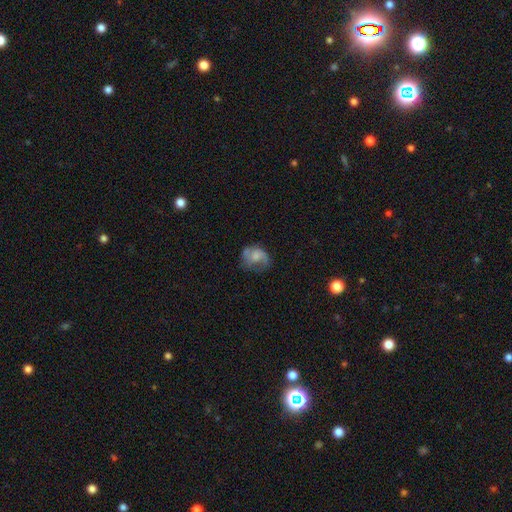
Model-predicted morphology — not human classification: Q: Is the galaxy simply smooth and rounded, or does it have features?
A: featured or disk — 49%.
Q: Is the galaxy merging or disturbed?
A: none — 47%.